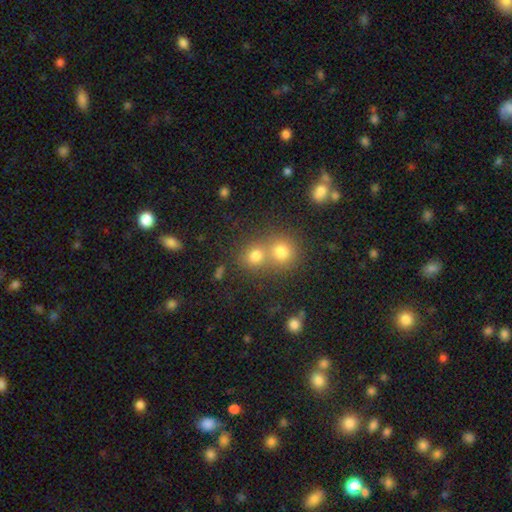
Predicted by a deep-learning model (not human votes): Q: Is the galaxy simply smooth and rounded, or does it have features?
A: smooth — 75%.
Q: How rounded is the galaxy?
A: round — 78%.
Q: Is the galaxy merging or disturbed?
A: merger — 51%.